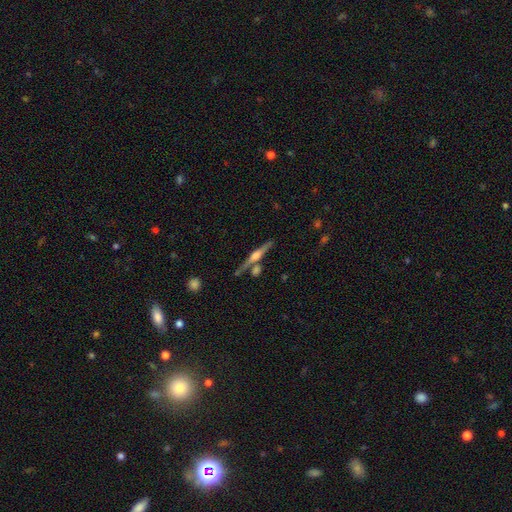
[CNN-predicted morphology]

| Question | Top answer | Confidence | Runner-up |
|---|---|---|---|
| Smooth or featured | featured or disk | 79% | smooth (14%) |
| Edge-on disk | yes | 97% | no (3%) |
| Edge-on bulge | rounded | 87% | boxy (9%) |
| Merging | none | 75% | merger (12%) |